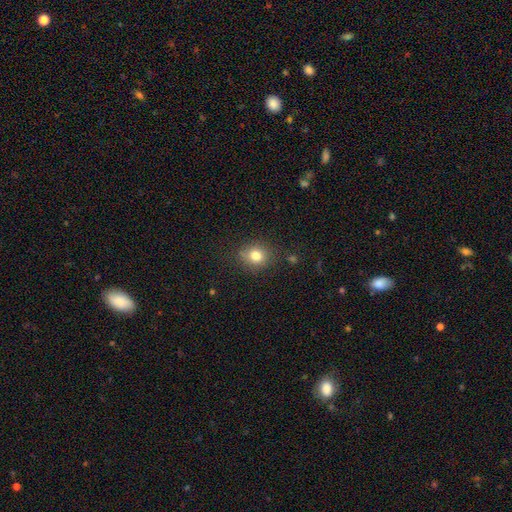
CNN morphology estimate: type=smooth (79%); roundness=round (73%); merging=none (80%).